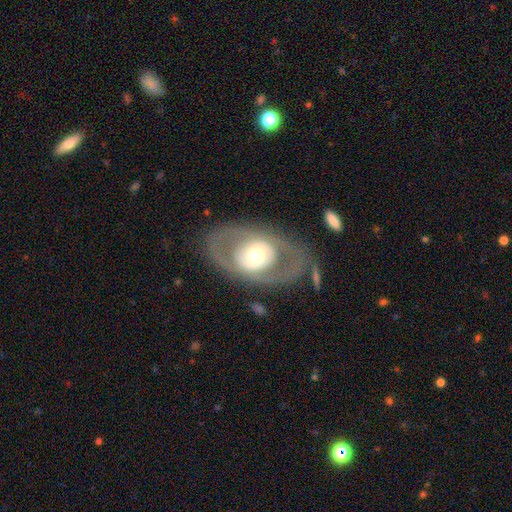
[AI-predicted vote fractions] Smooth or featured? Predicted: featured or disk (p=0.64). Edge-on disk? Predicted: no (p=0.91). Bar? Predicted: no (p=0.76). Spiral arms? Predicted: no (p=0.78). Bulge size? Predicted: moderate (p=0.61). Merging? Predicted: none (p=0.75).